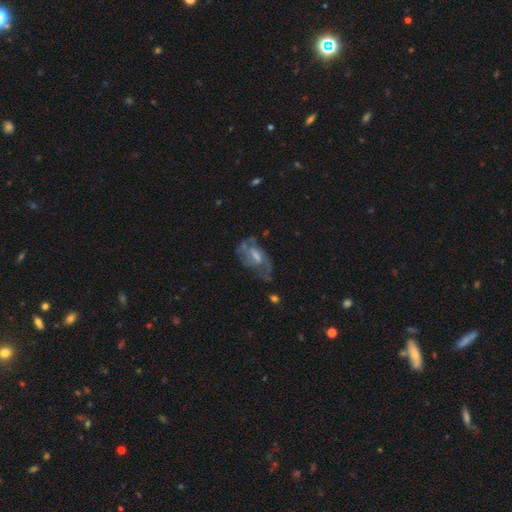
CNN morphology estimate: smooth-or-featured: featured or disk: 72% | smooth: 18% | star or artifact: 11%
  disk-edge-on: no: 94% | yes: 6%
    bar: weak: 50% | no: 35% | strong: 15%
    has-spiral-arms: yes: 82% | no: 18%
      spiral-winding: medium: 47% | loose: 27% | tight: 26%
      spiral-arm-count: 2: 51% | can't tell: 27% | 3: 10% | 1: 6% | 4: 3% | more than 4: 2%
    bulge-size: moderate: 43% | small: 36% | none: 13% | large: 7% | dominant: 1%
  merging: none: 54% | minor disturbance: 22% | major disturbance: 21% | merger: 4%